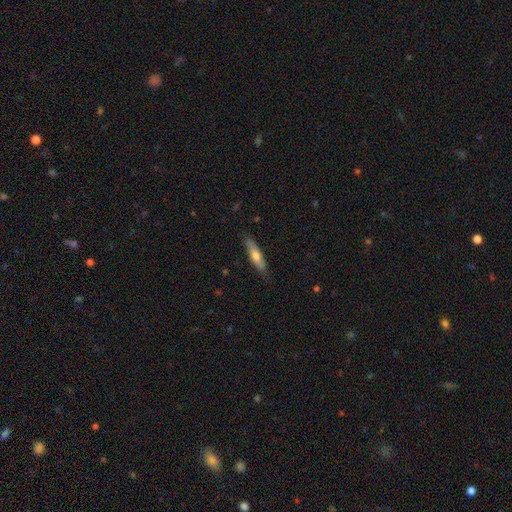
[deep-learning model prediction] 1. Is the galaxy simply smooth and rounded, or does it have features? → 61% smooth, 34% featured or disk, 5% star or artifact.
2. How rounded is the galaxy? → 74% cigar-shaped, 24% in between, 2% round.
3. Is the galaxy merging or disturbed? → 81% none, 15% minor disturbance, 3% major disturbance, 1% merger.